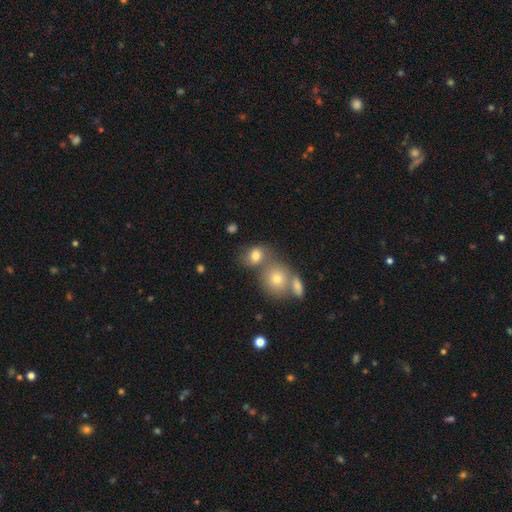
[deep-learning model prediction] smooth-or-featured: smooth: 77% | featured or disk: 12% | star or artifact: 12%
  how-rounded: round: 55% | in between: 44% | cigar-shaped: 1%
  merging: merger: 44% | none: 40% | minor disturbance: 11% | major disturbance: 5%